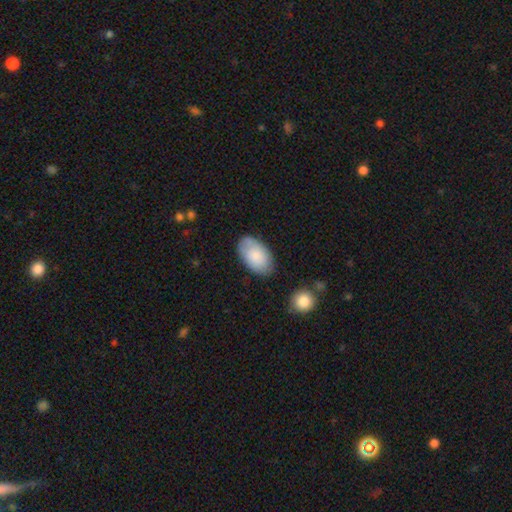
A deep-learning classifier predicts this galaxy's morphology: Smooth or featured? Predicted: smooth (p=0.83). How rounded? Predicted: in between (p=0.94). Merging? Predicted: none (p=0.78).